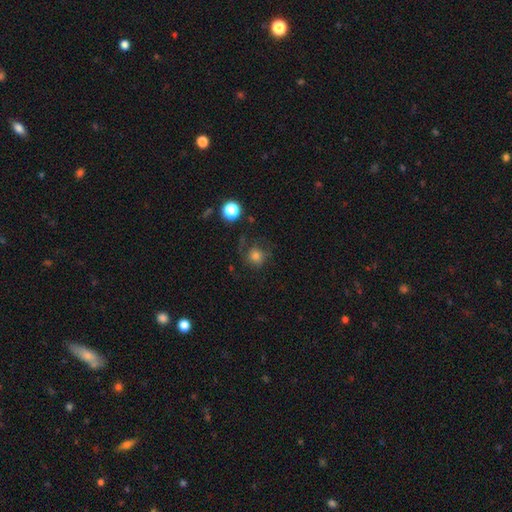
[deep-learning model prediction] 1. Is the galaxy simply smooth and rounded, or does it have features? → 69% smooth, 16% star or artifact, 15% featured or disk.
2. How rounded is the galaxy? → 85% round, 14% in between, 1% cigar-shaped.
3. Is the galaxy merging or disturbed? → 59% none, 21% minor disturbance, 17% major disturbance, 3% merger.